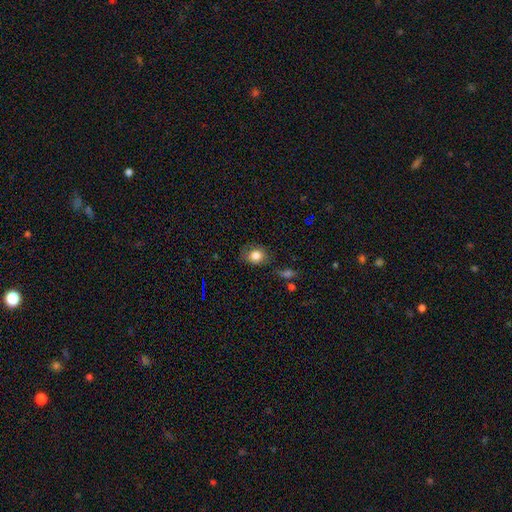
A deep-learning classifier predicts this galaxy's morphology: A smooth galaxy with no disk features (81%) that is round (54%). Merging: none (72%).